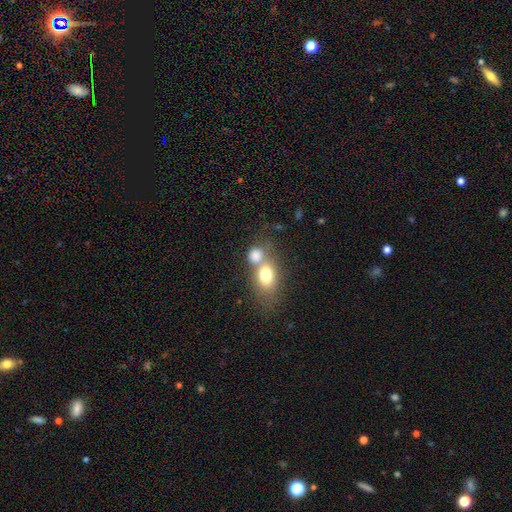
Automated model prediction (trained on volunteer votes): Morphology: type=smooth (76%); roundness=in between (52%); merging=merger (60%).